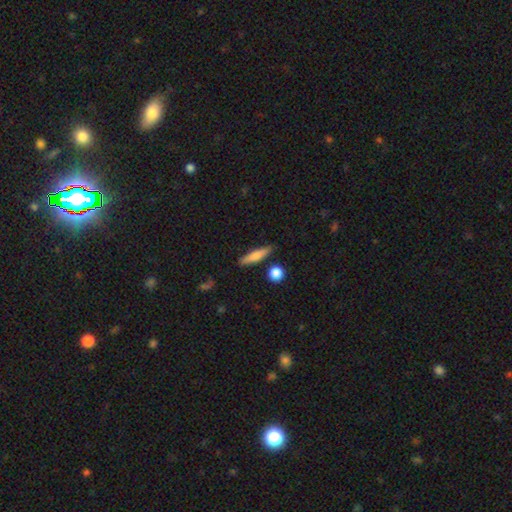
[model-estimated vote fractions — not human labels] This is likely a smooth galaxy (69%). How rounded: clearly cigar-shaped (80%). Merging: clearly none (85%).